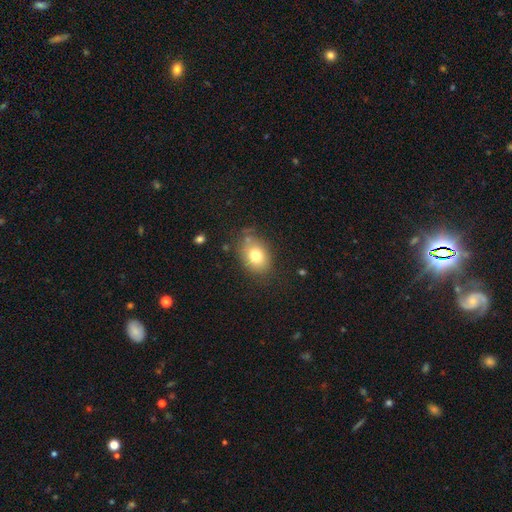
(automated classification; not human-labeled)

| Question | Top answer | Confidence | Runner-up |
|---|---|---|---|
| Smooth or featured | smooth | 77% | featured or disk (13%) |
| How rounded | in between | 69% | round (29%) |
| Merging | none | 74% | minor disturbance (18%) |